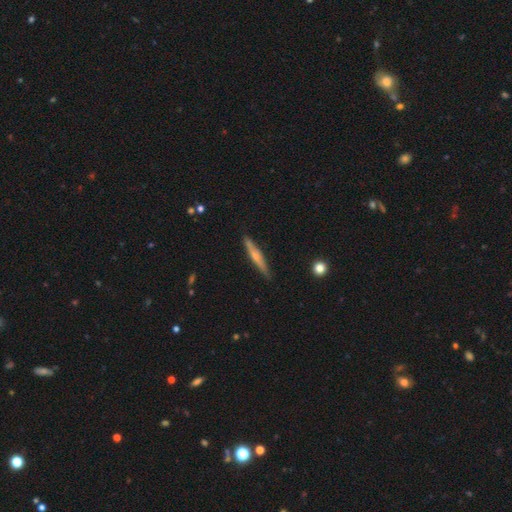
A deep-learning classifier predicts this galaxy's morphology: This is possibly a featured or disk galaxy (51%). It is clearly viewed edge-on (95%). Merging: clearly none (87%).